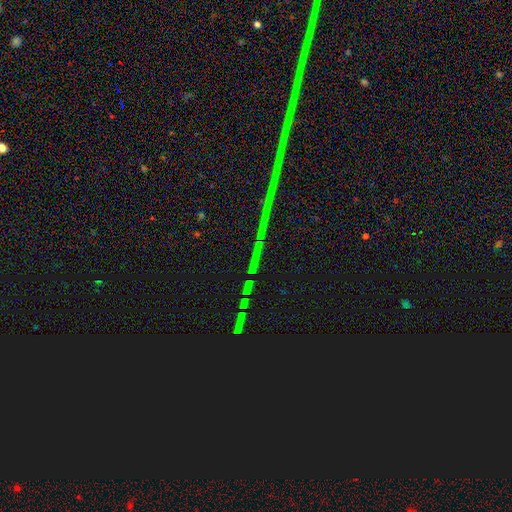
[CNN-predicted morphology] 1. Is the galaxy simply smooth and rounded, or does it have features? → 90% star or artifact, 6% featured or disk, 5% smooth.